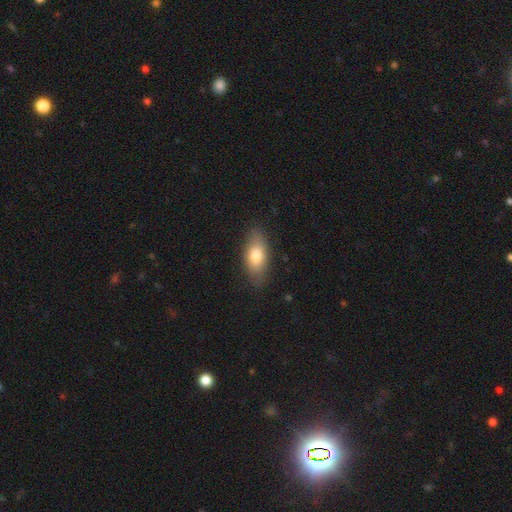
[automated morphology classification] The model was most divided on "smooth or featured": smooth: 76%, featured or disk: 18%, star or artifact: 7%. More confident: how rounded — in between (84%); merging — none (83%).